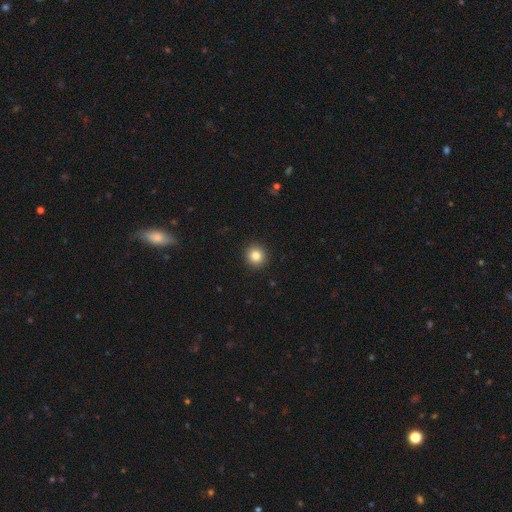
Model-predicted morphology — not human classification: Q: Smooth or featured?
A: smooth (84%); runner-up: star or artifact (11%)
Q: How rounded?
A: round (94%); runner-up: in between (5%)
Q: Merging?
A: none (93%); runner-up: minor disturbance (5%)